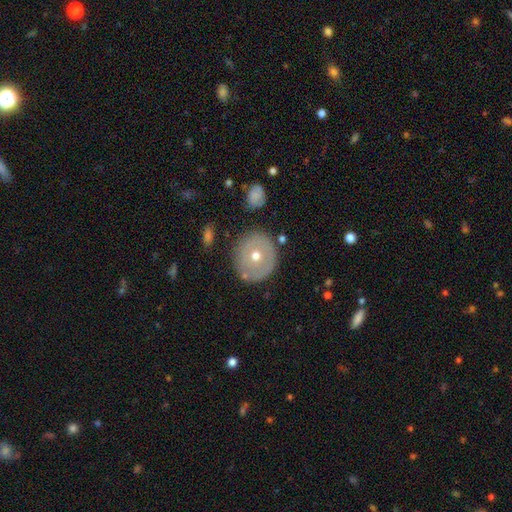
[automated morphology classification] Smooth or featured: smooth — 53% (featured or disk — 38%)
How rounded: round — 89% (in between — 10%)
Merging: none — 83% (minor disturbance — 10%)